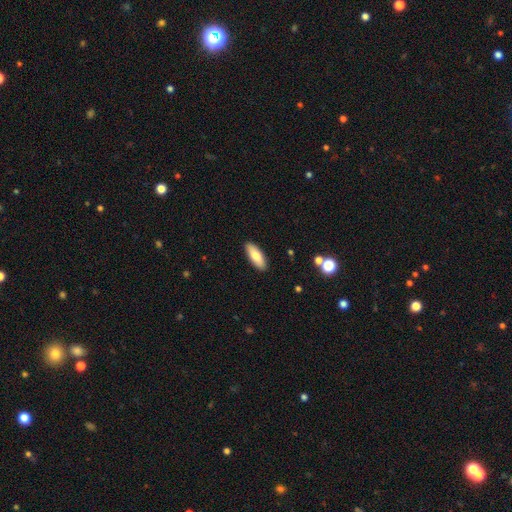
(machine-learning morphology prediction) Overall: smooth (79%). How rounded: in between (68%; cigar-shaped 30%). Merging: none (90%).